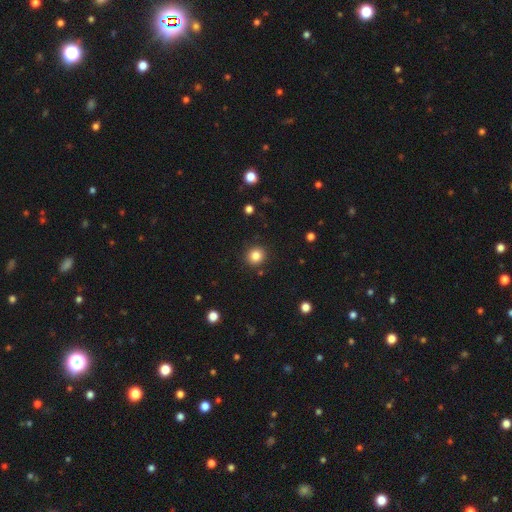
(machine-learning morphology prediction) Overall: smooth (83%). How rounded: round (91%). Merging: none (90%).